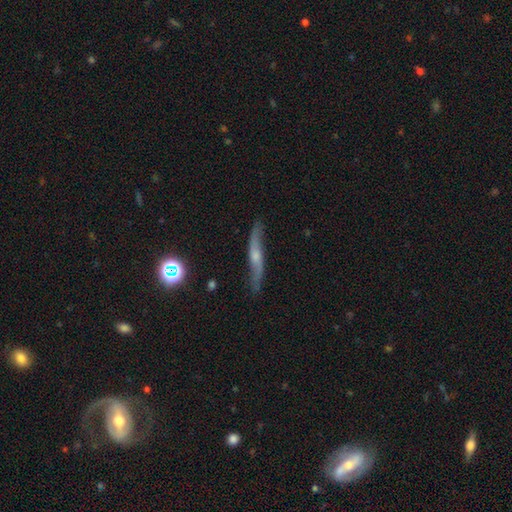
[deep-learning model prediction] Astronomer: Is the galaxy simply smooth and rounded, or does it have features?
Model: featured or disk — 66%.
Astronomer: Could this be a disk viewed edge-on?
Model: yes — 68%.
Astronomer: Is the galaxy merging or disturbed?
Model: none — 78%.